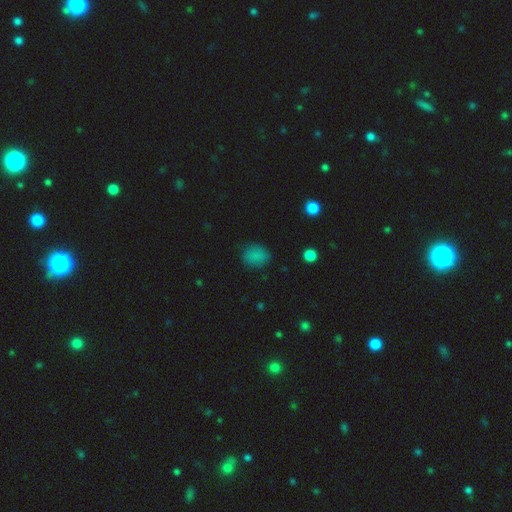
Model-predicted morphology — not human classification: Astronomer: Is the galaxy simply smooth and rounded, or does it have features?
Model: smooth — 81%.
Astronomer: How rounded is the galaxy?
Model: round — 56% (runner-up: in between, 43%).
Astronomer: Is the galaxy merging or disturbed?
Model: none — 79%.